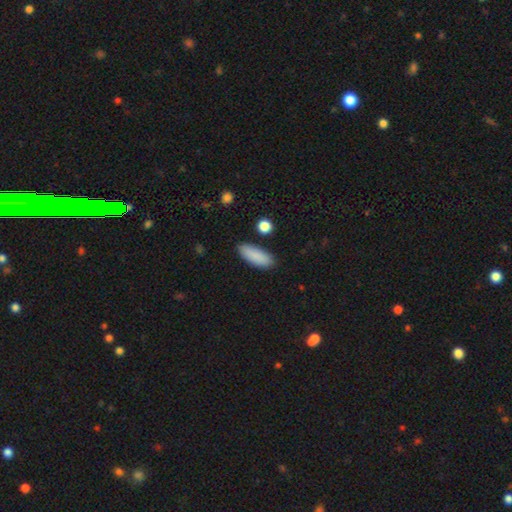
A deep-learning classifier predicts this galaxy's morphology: Q: Smooth or featured?
A: smooth (88%); runner-up: star or artifact (6%)
Q: How rounded?
A: in between (69%); runner-up: cigar-shaped (29%)
Q: Merging?
A: none (86%); runner-up: minor disturbance (9%)